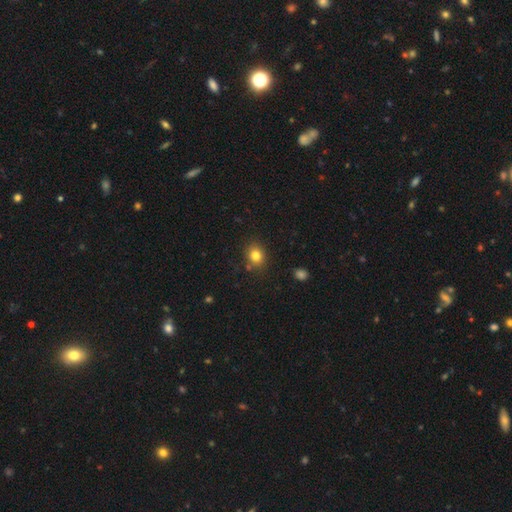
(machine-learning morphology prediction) A smooth galaxy with no disk features (81%) that is round (66%). Merging: none (83%).